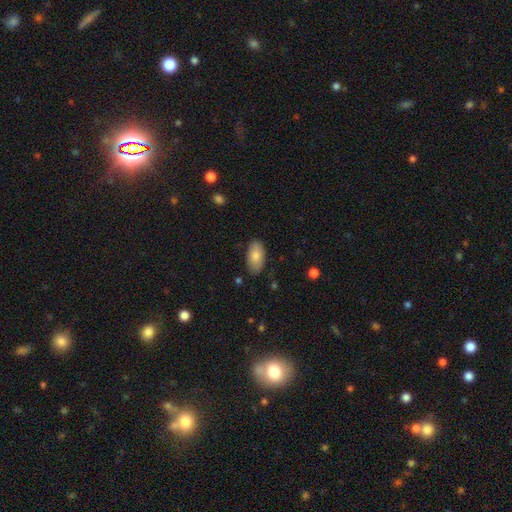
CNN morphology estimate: Overall: smooth (81%). How rounded: in between (94%). Merging: none (83%).